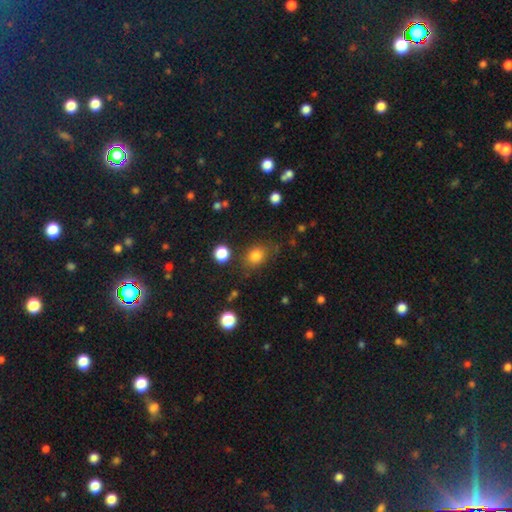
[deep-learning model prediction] The model was most divided on "how rounded": in between: 50%, round: 49%, cigar-shaped: 1%. More confident: smooth or featured — smooth (82%); merging — none (74%).